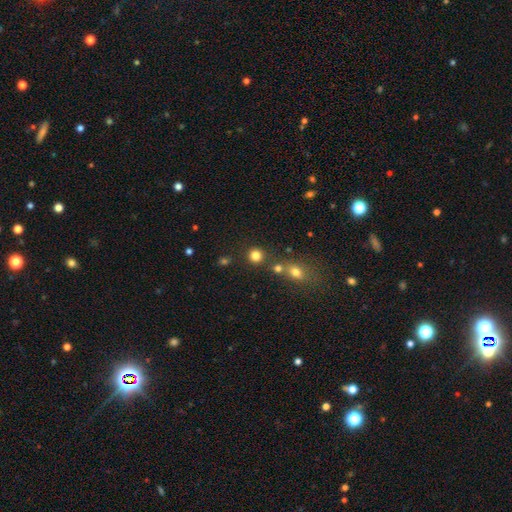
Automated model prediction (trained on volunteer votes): This appears to be a smooth galaxy with no disk features (80%) that is round (90%). Merging: none (79%).